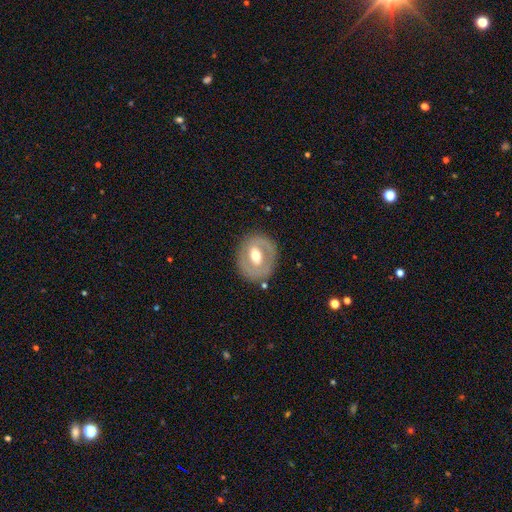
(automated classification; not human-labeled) featured or disk 59%, smooth 35%, star or artifact 6%. Down the decision tree: edge-on disk — no (94%); bar — weak (43%); spiral arms — no (68%); bulge size — moderate (72%); merging — none (79%).